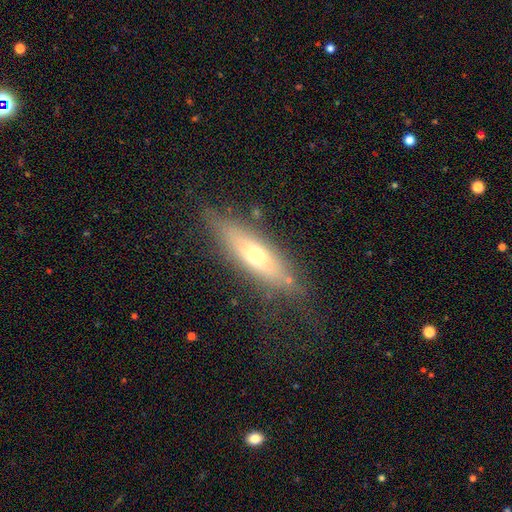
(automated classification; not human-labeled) Morphology: type=smooth (48%); merging=none (68%).